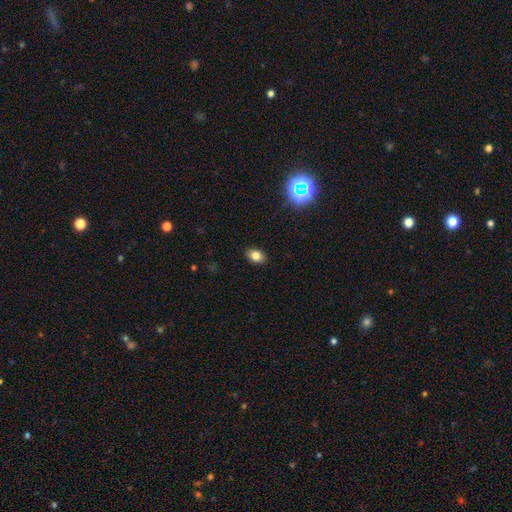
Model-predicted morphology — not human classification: The model was most divided on "how rounded": in between: 82%, round: 16%, cigar-shaped: 2%. More confident: merging — none (89%); smooth or featured — smooth (79%).